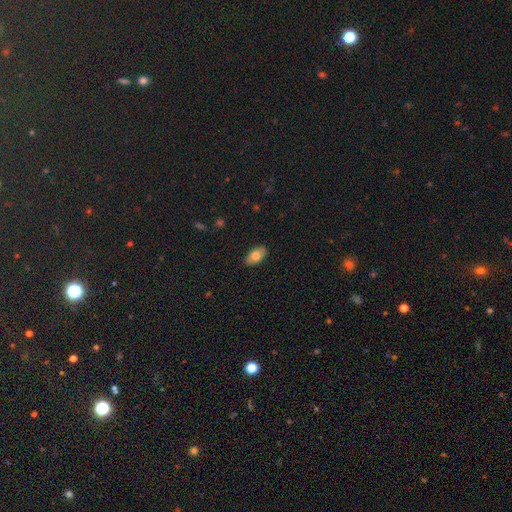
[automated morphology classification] smooth-or-featured: smooth: 76% | featured or disk: 18% | star or artifact: 7%
  how-rounded: in between: 93% | round: 5% | cigar-shaped: 2%
  merging: none: 88% | minor disturbance: 9% | major disturbance: 2% | merger: 1%